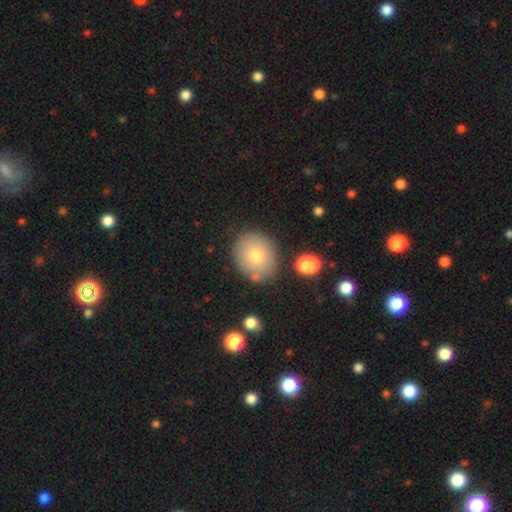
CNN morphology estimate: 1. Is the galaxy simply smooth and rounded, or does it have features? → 73% smooth, 17% featured or disk, 10% star or artifact.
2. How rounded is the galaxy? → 59% round, 40% in between, 1% cigar-shaped.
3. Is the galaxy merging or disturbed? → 79% none, 12% minor disturbance, 6% merger, 3% major disturbance.